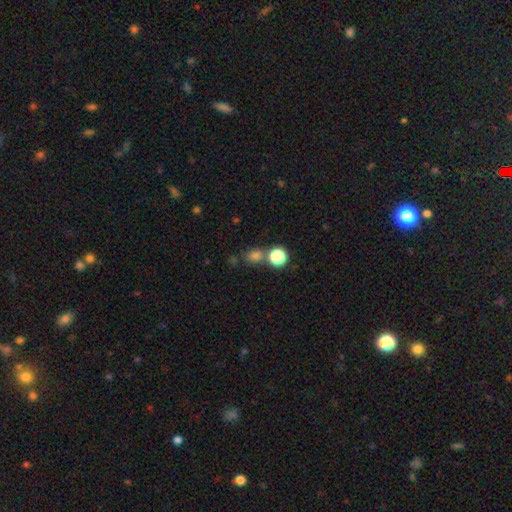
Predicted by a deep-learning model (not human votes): Smooth or featured: smooth — 74% (star or artifact — 20%)
How rounded: round — 65% (in between — 34%)
Merging: none — 65% (merger — 20%)